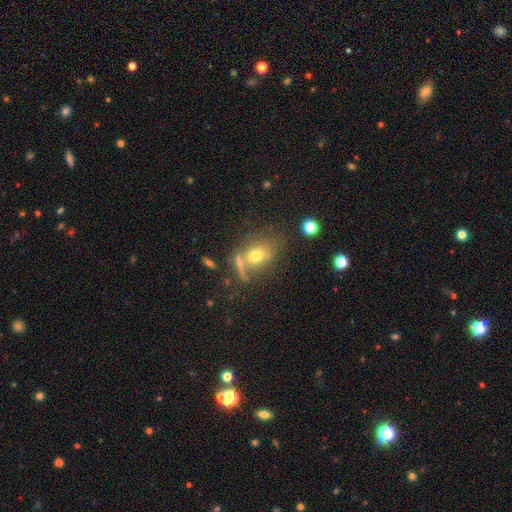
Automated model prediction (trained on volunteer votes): The model was most divided on "how rounded": in between: 57%, round: 41%, cigar-shaped: 2%. Remaining: smooth or featured — smooth (66%); merging — none (44%).